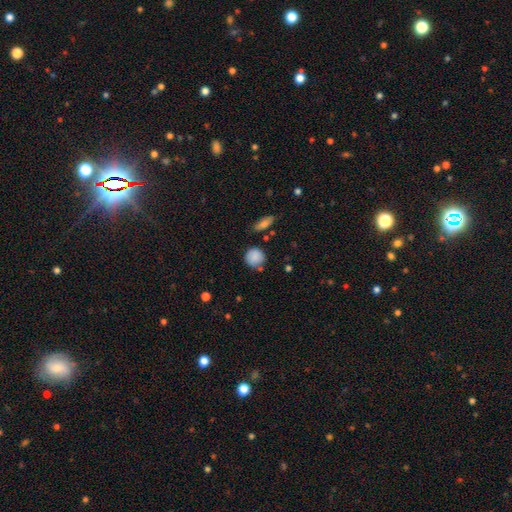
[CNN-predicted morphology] Smooth or featured: smooth — 84% (featured or disk — 8%)
How rounded: round — 87% (in between — 12%)
Merging: none — 72% (minor disturbance — 19%)